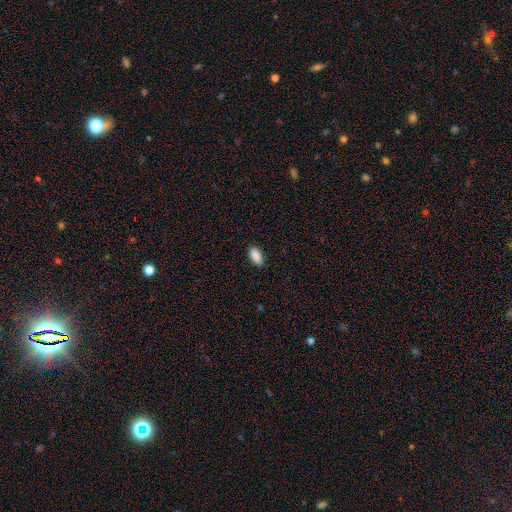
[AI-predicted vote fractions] A smooth galaxy with no disk features (90%) that is in between round and cigar-shaped (92%). Merging: none (87%).